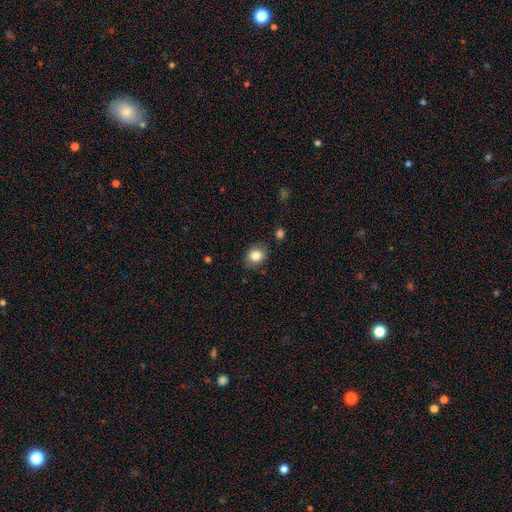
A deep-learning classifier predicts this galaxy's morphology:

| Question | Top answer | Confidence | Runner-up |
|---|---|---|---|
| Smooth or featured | smooth | 83% | star or artifact (9%) |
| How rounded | round | 60% | in between (39%) |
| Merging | none | 80% | minor disturbance (15%) |